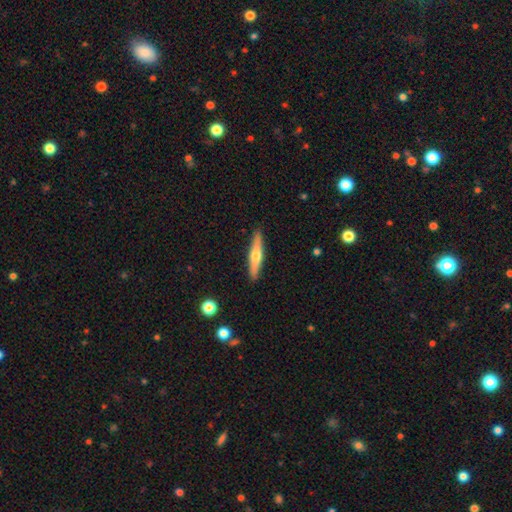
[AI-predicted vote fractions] Smooth or featured? Predicted: featured or disk (p=0.50). Edge-on disk? Predicted: yes (p=0.95). Merging? Predicted: none (p=0.90).